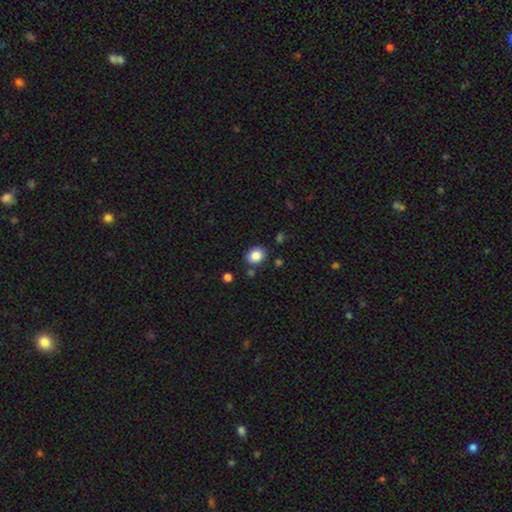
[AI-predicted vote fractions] A smooth galaxy with no disk features (85%) that is round (50%).

Vote fractions:
- Smooth or featured? smooth: 85% / star or artifact: 9% / featured or disk: 6%
- How rounded? round: 50% / in between: 49% / cigar-shaped: 1%
- Merging? none: 82% / minor disturbance: 11% / merger: 5% / major disturbance: 3%